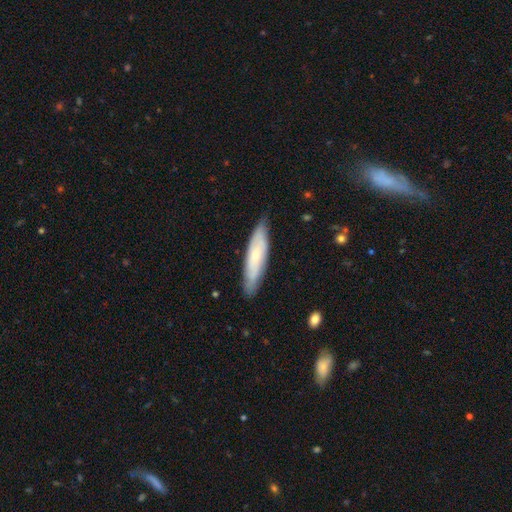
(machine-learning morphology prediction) Smooth or featured? Predicted: smooth (p=0.50). How rounded? Predicted: cigar-shaped (p=0.71). Merging? Predicted: none (p=0.82).